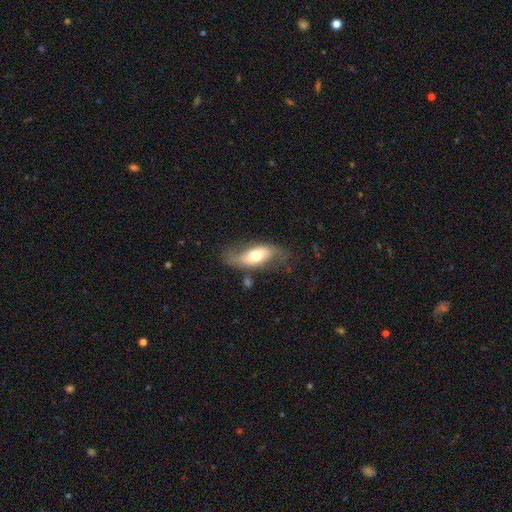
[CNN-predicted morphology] smooth-or-featured: featured or disk: 51% | smooth: 42% | star or artifact: 6%
  disk-edge-on: no: 83% | yes: 17%
  merging: none: 55% | minor disturbance: 27% | major disturbance: 14% | merger: 4%